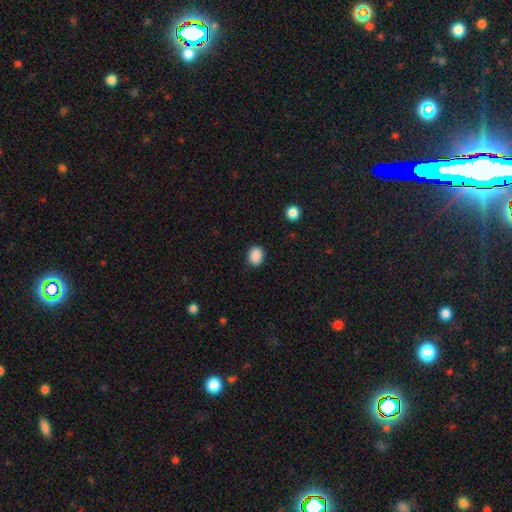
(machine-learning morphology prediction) Smooth or featured? Predicted: smooth (p=0.89). How rounded? Predicted: in between (p=0.56). Merging? Predicted: none (p=0.88).